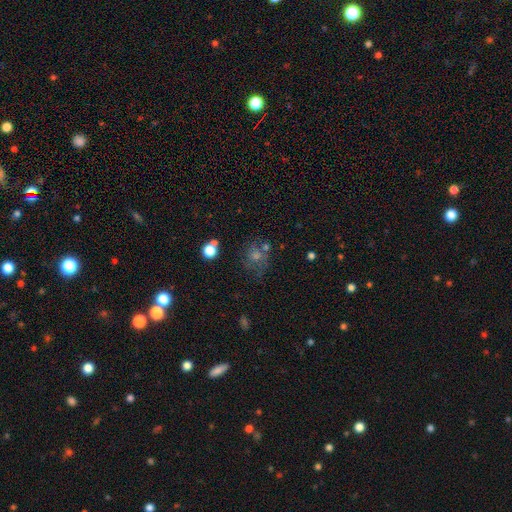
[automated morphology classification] smooth 42%, featured or disk 29%, star or artifact 29%. Down the decision tree: merging — none (60%).